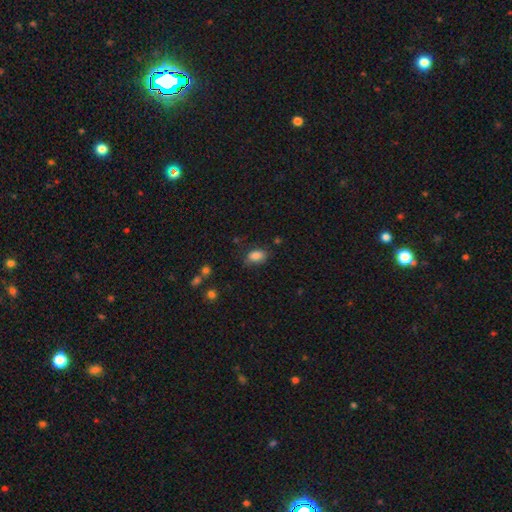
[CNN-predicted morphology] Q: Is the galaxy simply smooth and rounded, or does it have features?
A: smooth — 85%.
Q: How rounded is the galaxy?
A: in between — 86%.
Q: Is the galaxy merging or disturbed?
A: none — 71%.